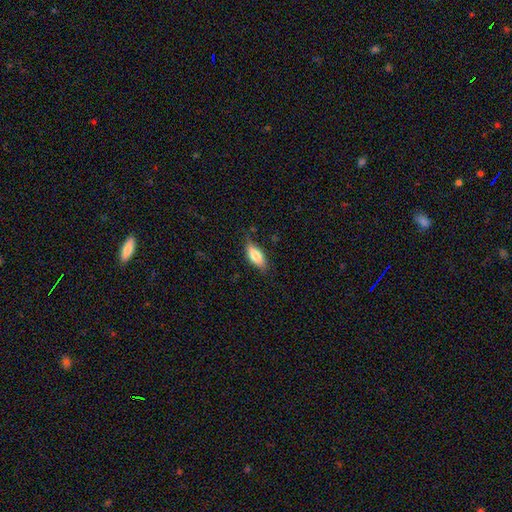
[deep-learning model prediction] This is likely a smooth galaxy (77%). How rounded: clearly in between (83%). Merging: likely none (72%).